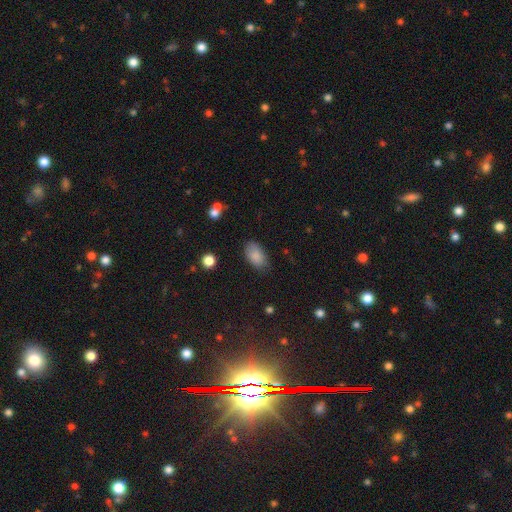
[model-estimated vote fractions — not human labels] A smooth galaxy with no disk features (86%) that is in between round and cigar-shaped (93%).

Vote fractions:
- Smooth or featured? smooth: 86% / star or artifact: 8% / featured or disk: 6%
- How rounded? in between: 93% / round: 5% / cigar-shaped: 2%
- Merging? none: 78% / minor disturbance: 17% / major disturbance: 4% / merger: 2%